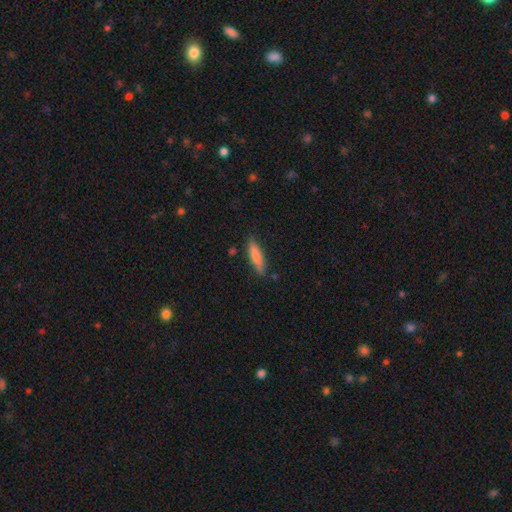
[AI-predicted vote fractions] smooth 79%, featured or disk 15%, star or artifact 6%. Down the decision tree: how rounded — cigar-shaped (77%); merging — none (81%).